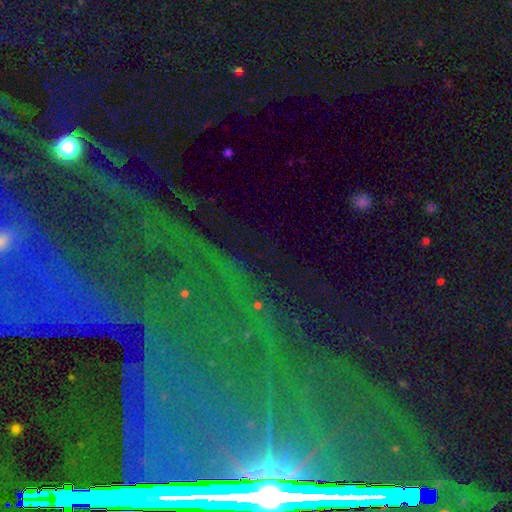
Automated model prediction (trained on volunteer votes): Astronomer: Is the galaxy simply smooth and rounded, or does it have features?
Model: star or artifact — 72%.